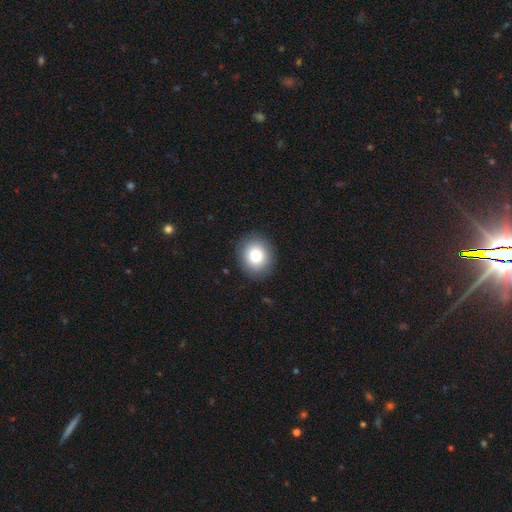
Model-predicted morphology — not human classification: Smooth or featured: smooth — 80% (featured or disk — 10%)
How rounded: round — 72% (in between — 27%)
Merging: none — 89% (minor disturbance — 7%)